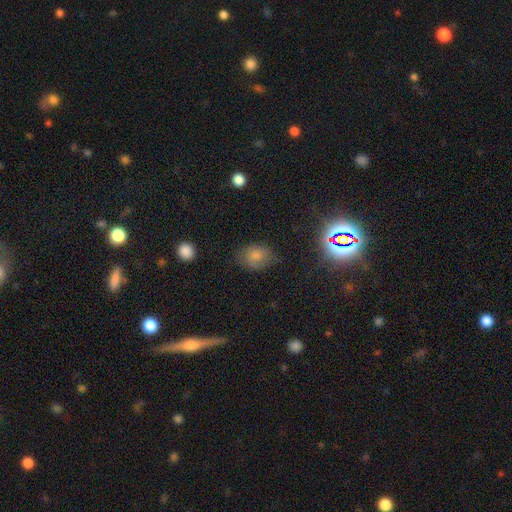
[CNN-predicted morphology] Smooth or featured? smooth (75%)
How rounded? in between (64%)
Merging? none (64%)